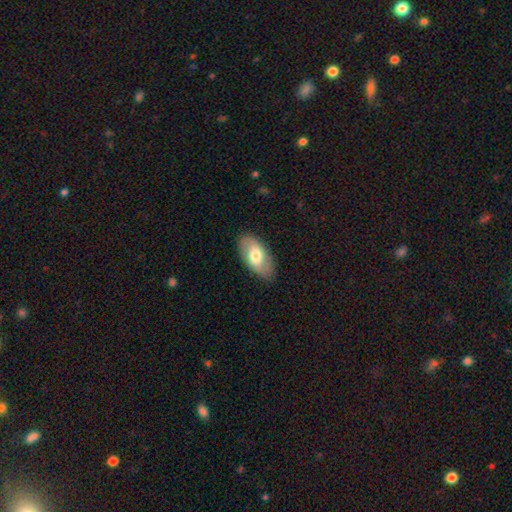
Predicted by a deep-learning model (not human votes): Smooth or featured? smooth (59%)
How rounded? in between (93%)
Merging? none (85%)